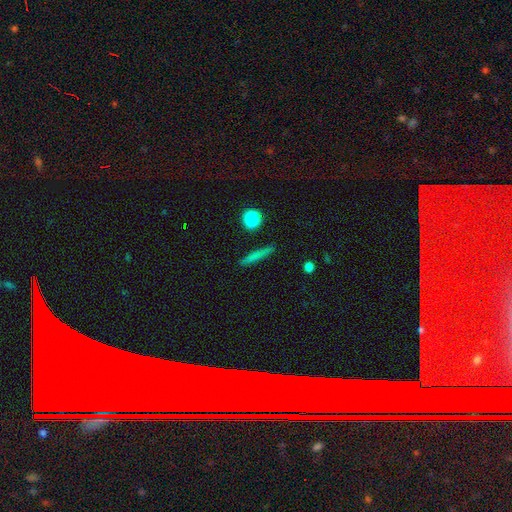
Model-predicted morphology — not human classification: This is likely a smooth galaxy (69%). How rounded: clearly cigar-shaped (90%). Merging: clearly none (87%).